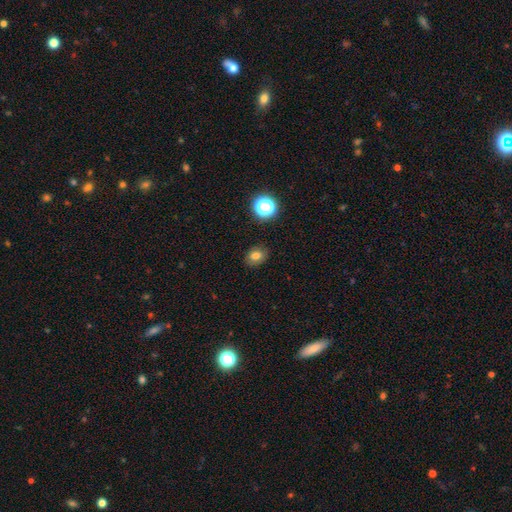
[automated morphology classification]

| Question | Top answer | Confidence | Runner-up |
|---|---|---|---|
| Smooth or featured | smooth | 76% | star or artifact (14%) |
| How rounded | in between | 54% | round (45%) |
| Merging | none | 85% | minor disturbance (11%) |